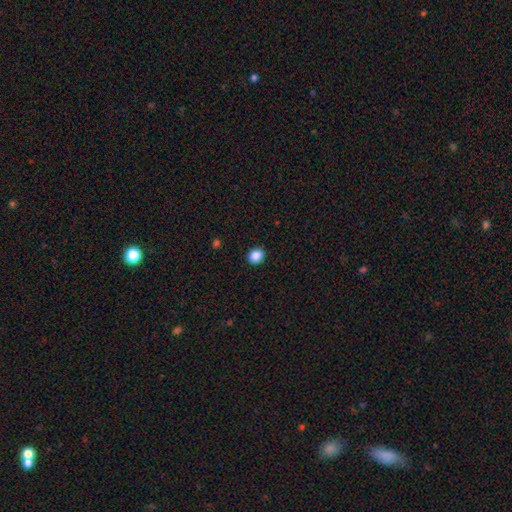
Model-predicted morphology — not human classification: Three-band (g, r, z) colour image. It shows a smooth galaxy with no disk features (88%) that is round (75%). Merging: none (91%).